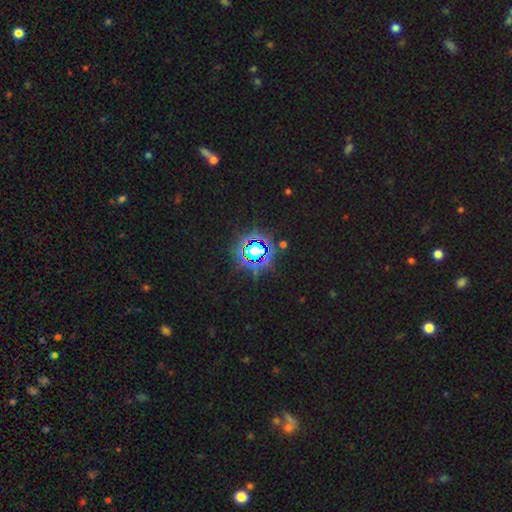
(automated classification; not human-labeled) Smooth or featured? star or artifact (77%)